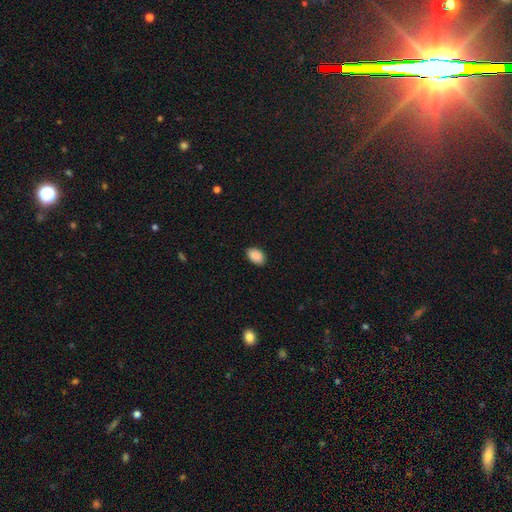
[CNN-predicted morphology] Smooth or featured: smooth — 90% (star or artifact — 7%)
How rounded: in between — 91% (round — 8%)
Merging: none — 89% (minor disturbance — 9%)